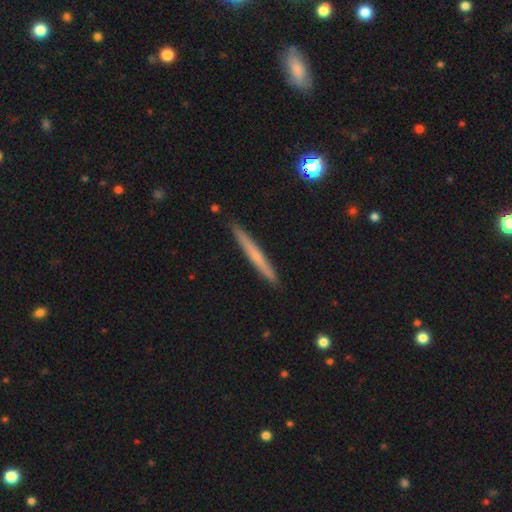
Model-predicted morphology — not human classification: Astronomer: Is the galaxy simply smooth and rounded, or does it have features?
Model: smooth — 50% (runner-up: featured or disk, 44%).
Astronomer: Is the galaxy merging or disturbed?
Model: none — 91%.